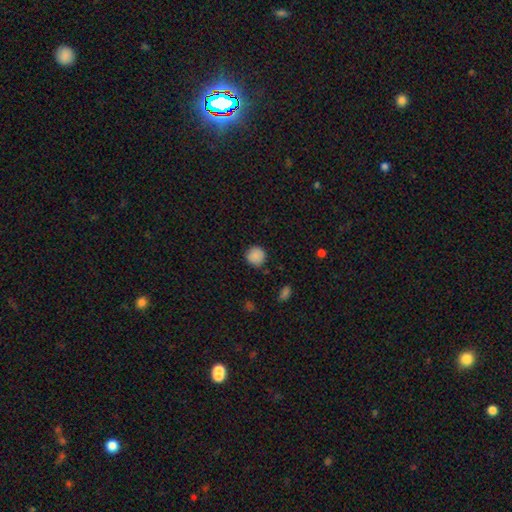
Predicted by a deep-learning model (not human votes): smooth-or-featured: smooth: 87% | star or artifact: 9% | featured or disk: 4%
  how-rounded: round: 93% | in between: 6% | cigar-shaped: 1%
  merging: none: 88% | minor disturbance: 8% | major disturbance: 2% | merger: 1%